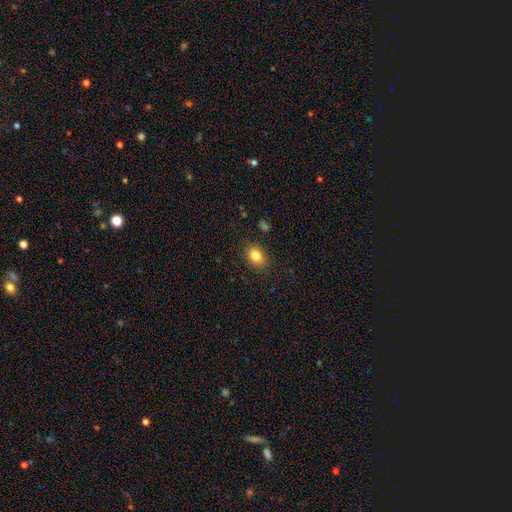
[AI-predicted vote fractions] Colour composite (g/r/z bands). It shows a smooth galaxy with no disk features (83%) that is in between round and cigar-shaped (63%). Merging: none (87%).